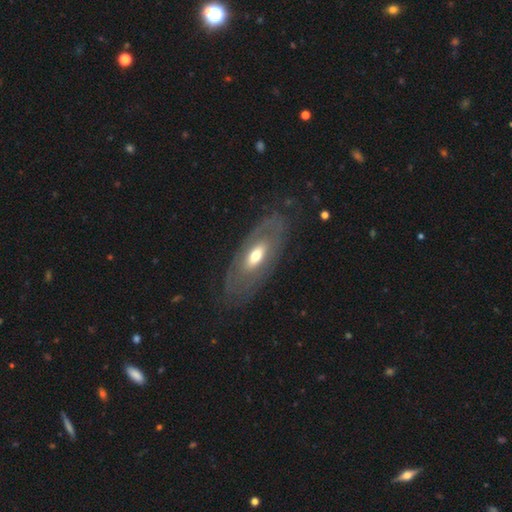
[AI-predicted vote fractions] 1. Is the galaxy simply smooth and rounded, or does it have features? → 59% featured or disk, 35% smooth, 6% star or artifact.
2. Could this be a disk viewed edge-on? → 82% no, 18% yes.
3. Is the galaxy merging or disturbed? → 75% none, 15% minor disturbance, 9% major disturbance, 1% merger.